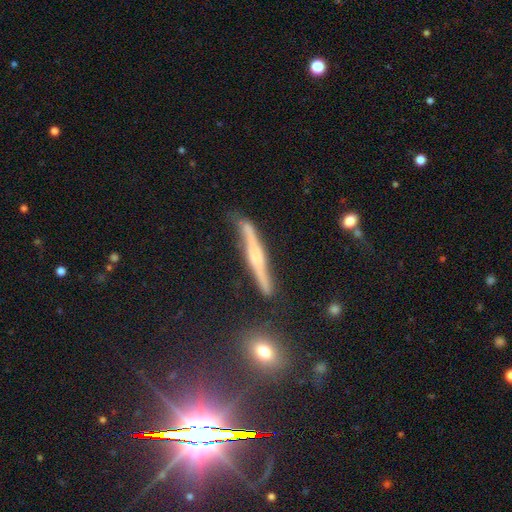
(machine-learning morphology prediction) A featured or disk galaxy (70%) viewed edge-on (88%) with a rounded central bulge (48%). Merging: none (67%).